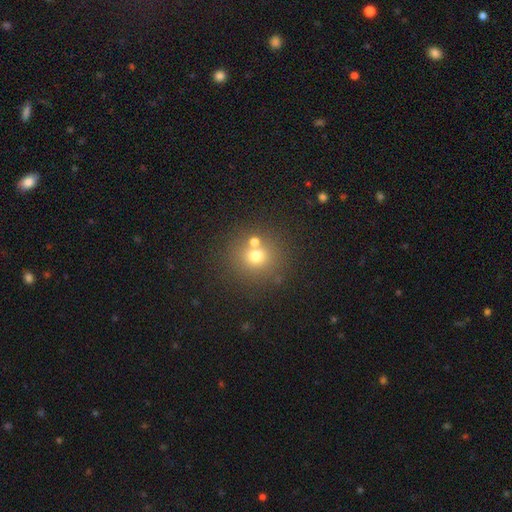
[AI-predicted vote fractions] A smooth galaxy with no disk features (68%) that is round (90%).

Vote fractions:
- Smooth or featured? smooth: 68% / star or artifact: 18% / featured or disk: 13%
- How rounded? round: 90% / in between: 9% / cigar-shaped: 1%
- Merging? none: 66% / merger: 22% / minor disturbance: 8% / major disturbance: 4%